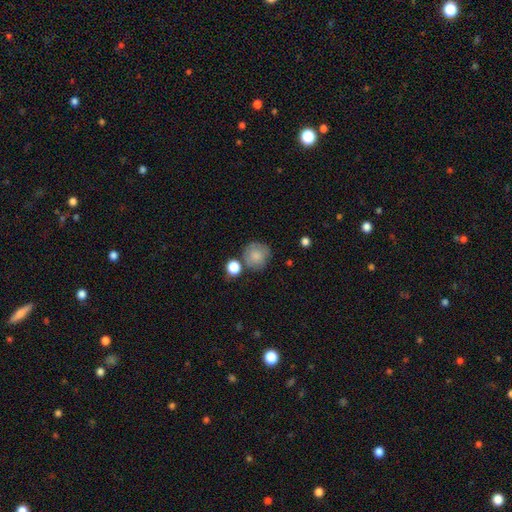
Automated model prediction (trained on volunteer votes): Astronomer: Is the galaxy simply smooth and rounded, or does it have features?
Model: smooth — 80%.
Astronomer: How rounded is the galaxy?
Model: round — 89%.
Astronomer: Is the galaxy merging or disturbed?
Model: none — 66%.